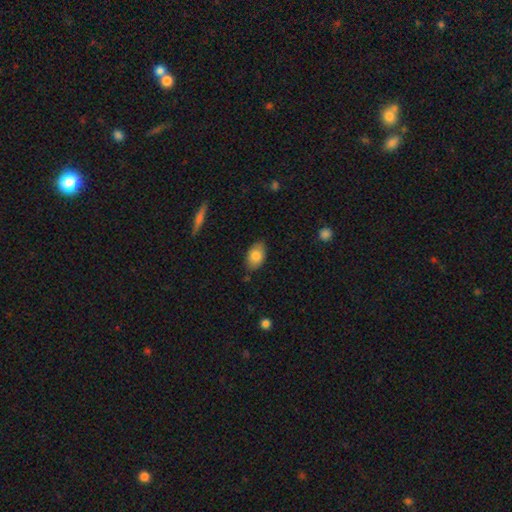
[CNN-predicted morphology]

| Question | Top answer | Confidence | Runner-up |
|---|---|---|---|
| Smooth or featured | smooth | 81% | featured or disk (12%) |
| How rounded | in between | 90% | round (9%) |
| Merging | none | 81% | minor disturbance (15%) |